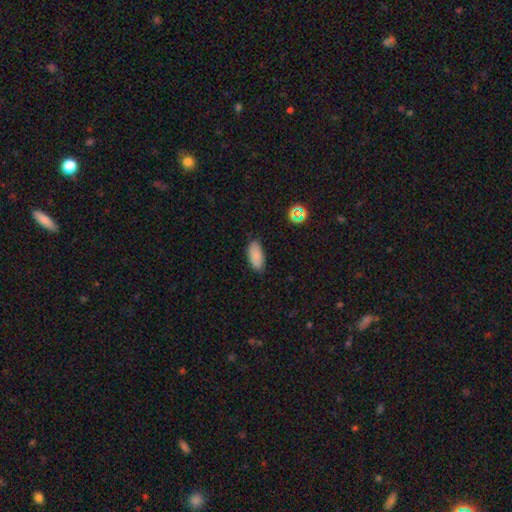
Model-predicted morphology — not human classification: Overall: smooth (86%). How rounded: in between (89%). Merging: none (85%).